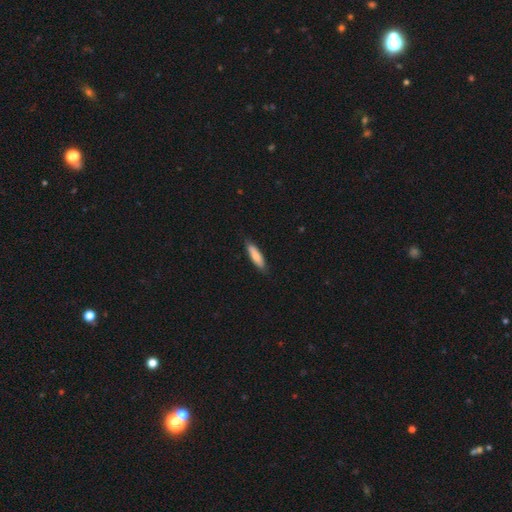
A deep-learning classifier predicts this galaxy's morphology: This appears to be a smooth galaxy with no disk features (81%) that is cigar-shaped (69%). Merging: none (83%).